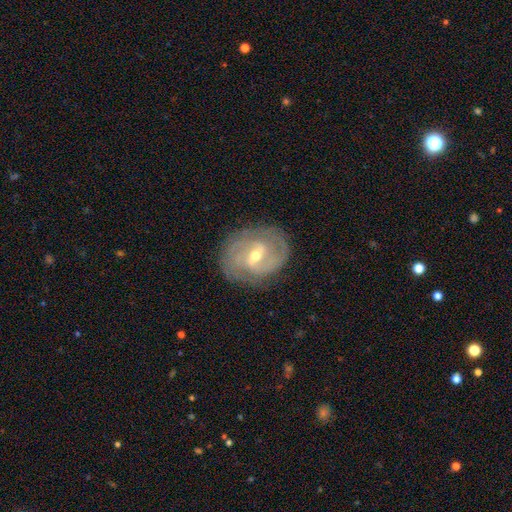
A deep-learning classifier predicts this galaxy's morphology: A featured or disk galaxy (85%) with a weak bar (54%), 2 (50%) tight (51%) spiral arms (93%) and a moderate central bulge (55%). Merging: none (79%).